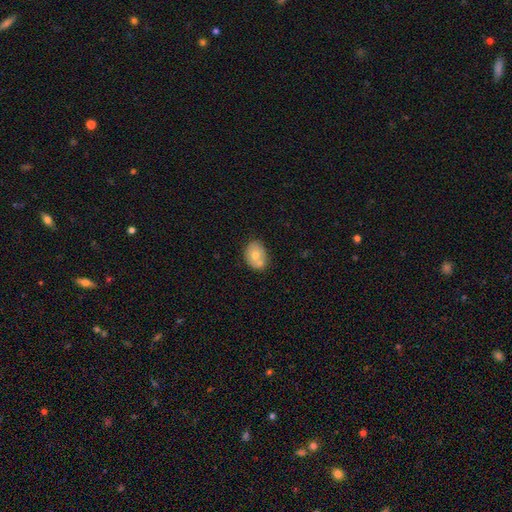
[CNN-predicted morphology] Smooth or featured? smooth (69%)
How rounded? in between (63%)
Merging? none (53%)